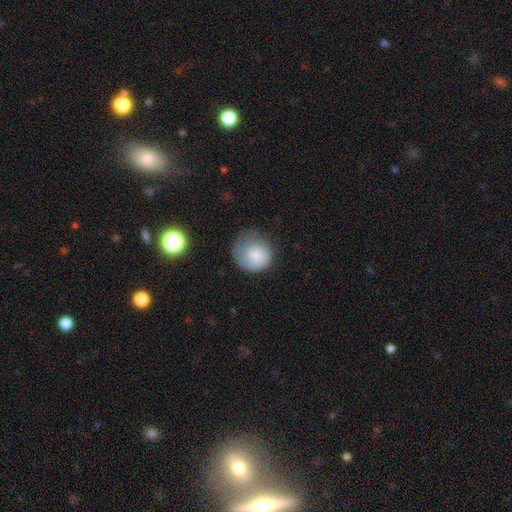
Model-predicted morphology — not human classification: A smooth galaxy with no disk features (81%) that is round (86%). Merging: none (49%).